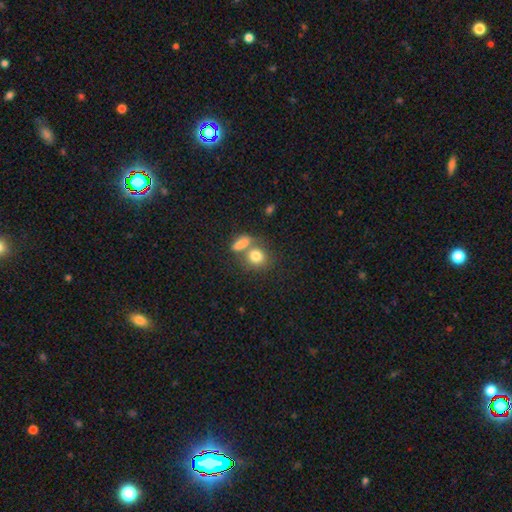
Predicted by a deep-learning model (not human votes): Morphology: type=smooth (81%); roundness=round (65%); merging=none (46%).